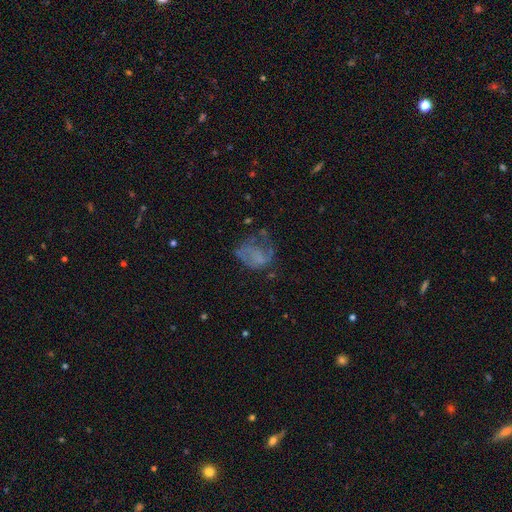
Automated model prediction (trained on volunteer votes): smooth-or-featured: featured or disk: 47% | smooth: 36% | star or artifact: 16%
  merging: major disturbance: 39% | none: 35% | minor disturbance: 22% | merger: 4%